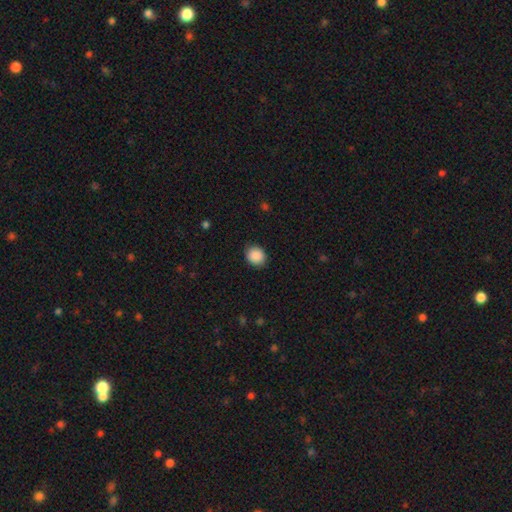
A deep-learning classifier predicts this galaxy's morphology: smooth_or_featured: smooth (p=0.90) [alt: star or artifact p=0.08]
how_rounded: round (p=0.73) [alt: in between p=0.26]
merging: none (p=0.88) [alt: minor disturbance p=0.08]